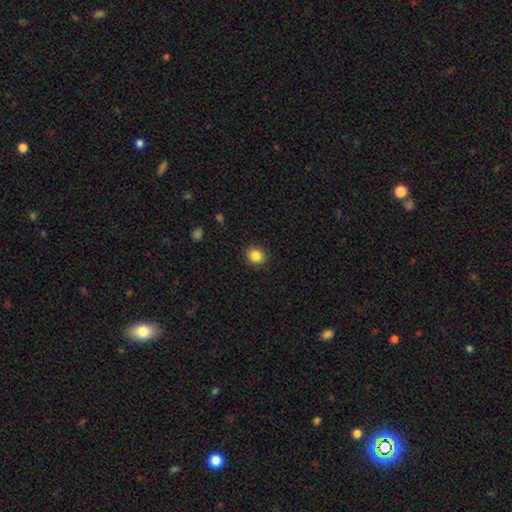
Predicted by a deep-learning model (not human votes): Overall: smooth (85%). How rounded: round (81%). Merging: none (89%).